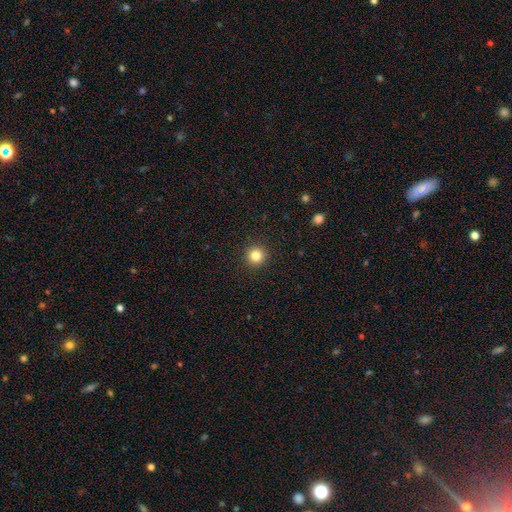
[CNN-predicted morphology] Smooth or featured: smooth — 83% (star or artifact — 12%)
How rounded: round — 96% (in between — 3%)
Merging: none — 93% (minor disturbance — 4%)